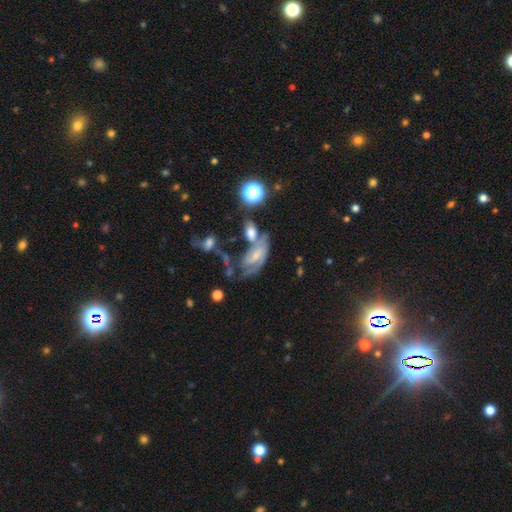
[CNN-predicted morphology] A featured or disk galaxy (60%) with a weak bar (44%), spiral arms (78%) and a small central bulge (44%).

Vote fractions:
- Smooth or featured? featured or disk: 60% / smooth: 29% / star or artifact: 11%
- Edge-on disk? no: 93% / yes: 7%
- Bar? weak: 44% / no: 39% / strong: 17%
- Spiral arms? yes: 78% / no: 22%
- Bulge size? small: 44% / moderate: 31% / none: 17% / large: 6% / dominant: 2%
- Merging? merger: 32% / none: 30% / major disturbance: 19% / minor disturbance: 19%